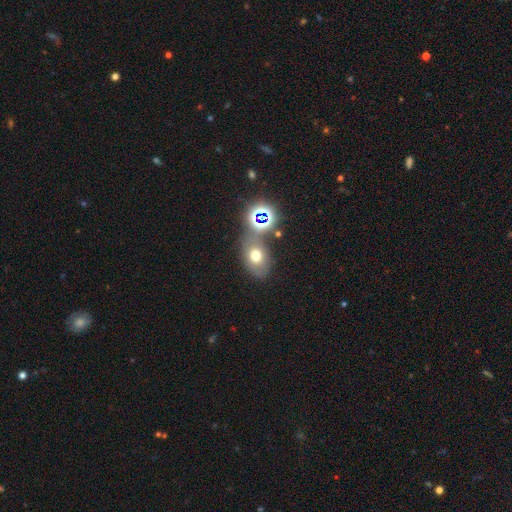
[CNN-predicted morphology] smooth_or_featured: smooth (p=0.60) [alt: star or artifact p=0.22]
how_rounded: in between (p=0.69) [alt: round p=0.30]
merging: none (p=0.57) [alt: merger p=0.20]